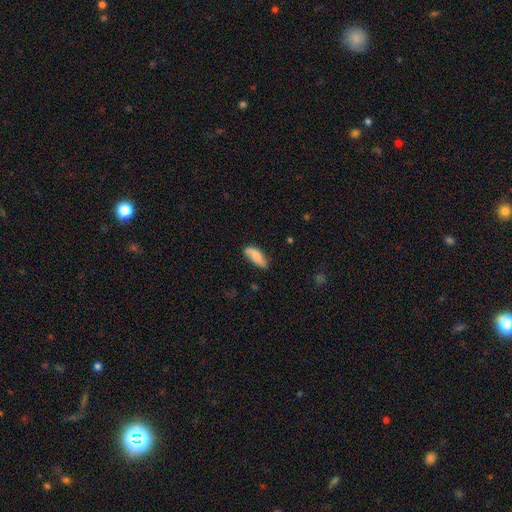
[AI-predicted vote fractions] smooth-or-featured: smooth: 78% | featured or disk: 15% | star or artifact: 6%
  how-rounded: in between: 74% | cigar-shaped: 24% | round: 2%
  merging: none: 65% | minor disturbance: 27% | major disturbance: 5% | merger: 3%